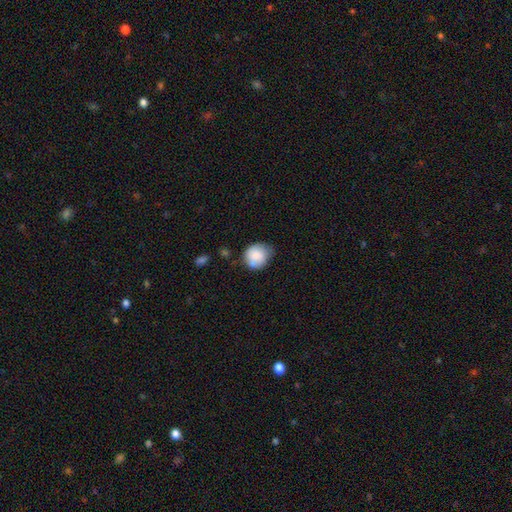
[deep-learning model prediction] This appears to be a smooth galaxy with no disk features (81%) that is round (77%). Merging: none (55%).